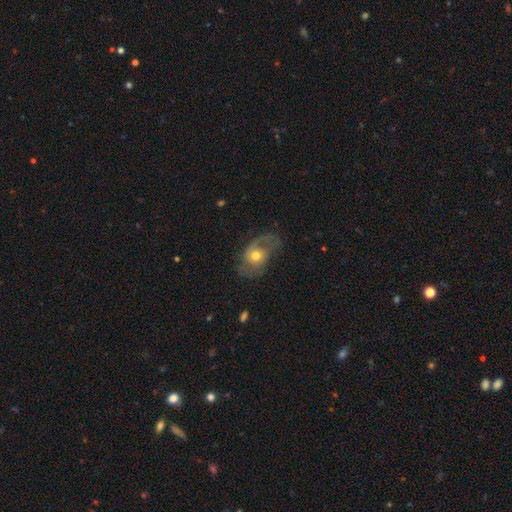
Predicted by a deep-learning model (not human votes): Smooth or featured? featured or disk (58%)
Edge-on disk? no (95%)
Bar? no (79%)
Spiral arms? yes (73%)
Bulge size? moderate (70%)
Merging? none (43%)